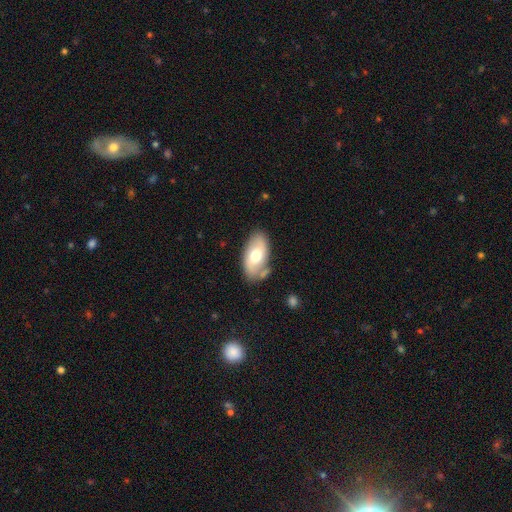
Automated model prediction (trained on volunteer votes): Q: Smooth or featured?
A: smooth (57%); runner-up: featured or disk (37%)
Q: How rounded?
A: in between (93%); runner-up: round (4%)
Q: Merging?
A: none (68%); runner-up: minor disturbance (19%)